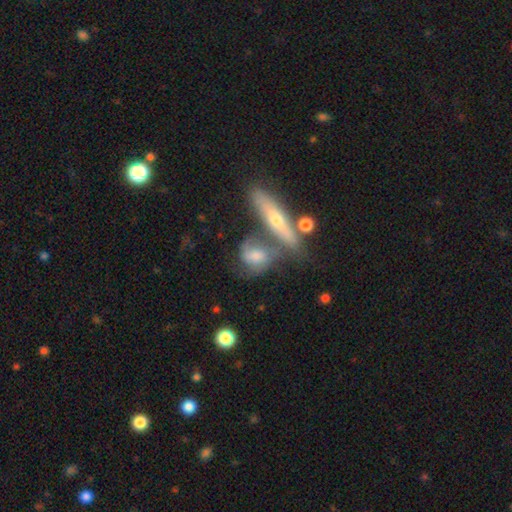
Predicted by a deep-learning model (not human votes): This is possibly a smooth galaxy (48%). Merging: marginally none (38%).